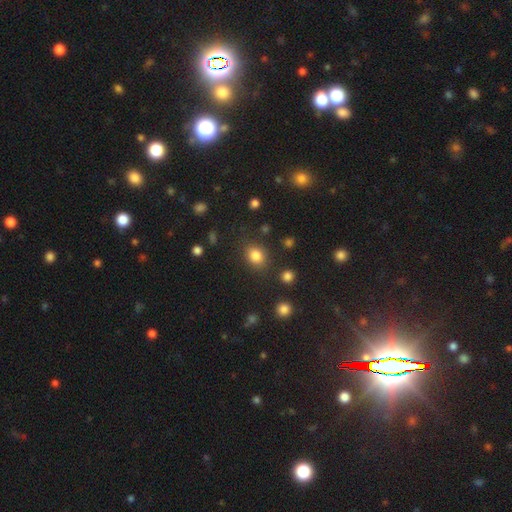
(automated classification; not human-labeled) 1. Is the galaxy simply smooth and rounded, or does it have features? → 83% smooth, 12% star or artifact, 6% featured or disk.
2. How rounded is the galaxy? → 58% round, 41% in between, 1% cigar-shaped.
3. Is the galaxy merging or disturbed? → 81% none, 11% minor disturbance, 4% major disturbance, 4% merger.